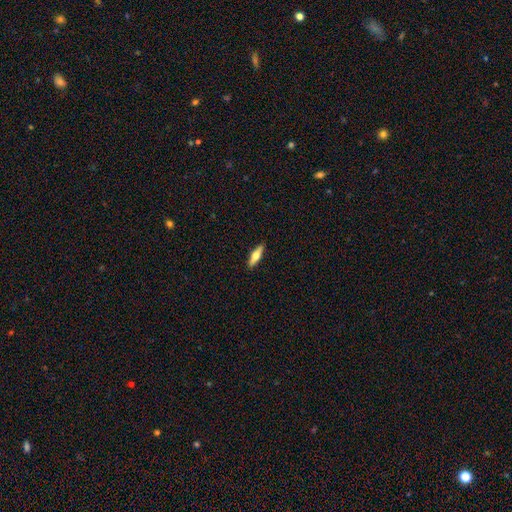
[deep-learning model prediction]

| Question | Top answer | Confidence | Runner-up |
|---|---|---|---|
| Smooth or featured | smooth | 51% | featured or disk (43%) |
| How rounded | cigar-shaped | 62% | in between (36%) |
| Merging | none | 90% | minor disturbance (7%) |